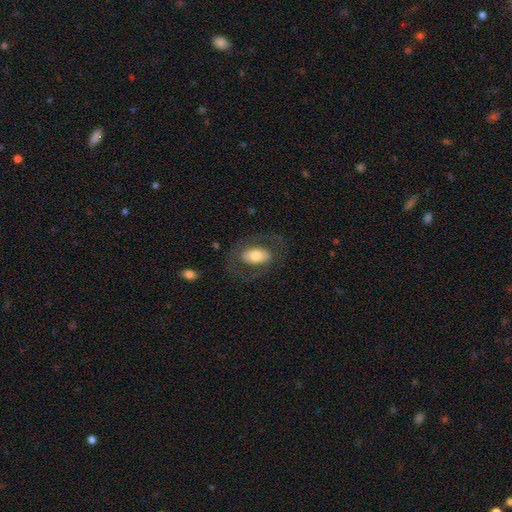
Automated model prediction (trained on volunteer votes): This appears to be a smooth galaxy with no disk features (53%) that is in between round and cigar-shaped (89%). Merging: none (73%).